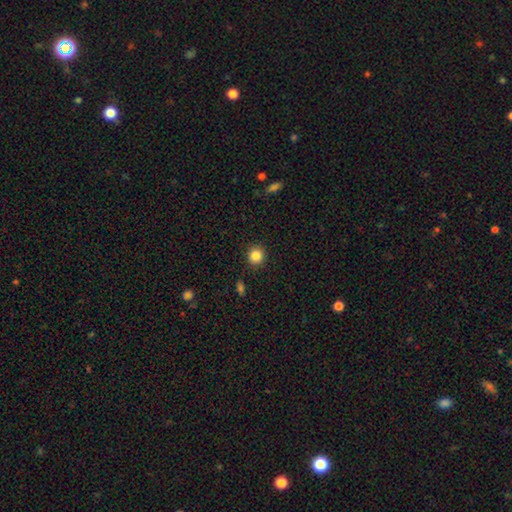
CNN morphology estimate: This is clearly a smooth galaxy (85%). How rounded: clearly round (91%). Merging: clearly none (90%).